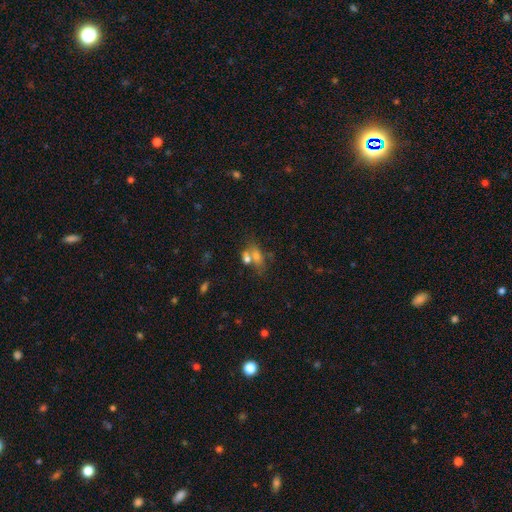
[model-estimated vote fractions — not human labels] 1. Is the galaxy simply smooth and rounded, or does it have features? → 58% smooth, 24% featured or disk, 19% star or artifact.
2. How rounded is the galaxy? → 72% in between, 17% round, 11% cigar-shaped.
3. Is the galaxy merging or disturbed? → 40% none, 39% merger, 13% minor disturbance, 8% major disturbance.